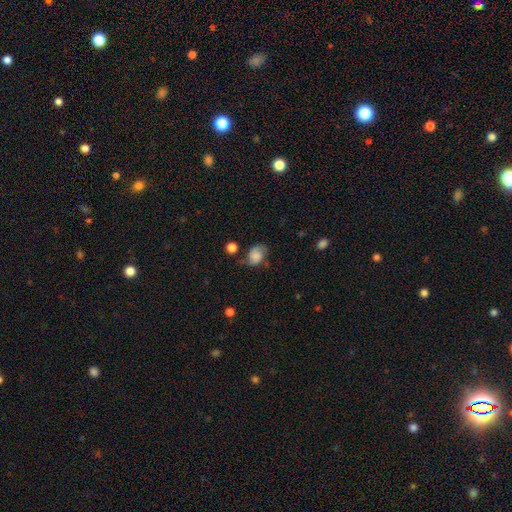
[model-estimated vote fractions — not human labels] This is likely a smooth galaxy (65%). How rounded: likely in between (61%). Merging: possibly none (52%).